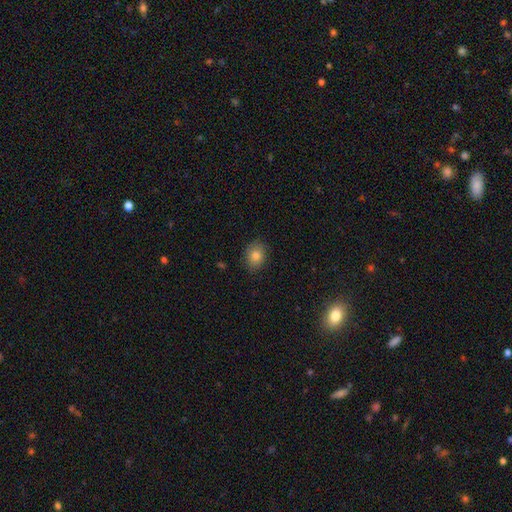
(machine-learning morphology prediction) A smooth galaxy with no disk features (82%) that is in between round and cigar-shaped (50%).

Vote fractions:
- Smooth or featured? smooth: 82% / star or artifact: 10% / featured or disk: 8%
- How rounded? in between: 50% / round: 49% / cigar-shaped: 1%
- Merging? none: 83% / minor disturbance: 13% / major disturbance: 3% / merger: 1%